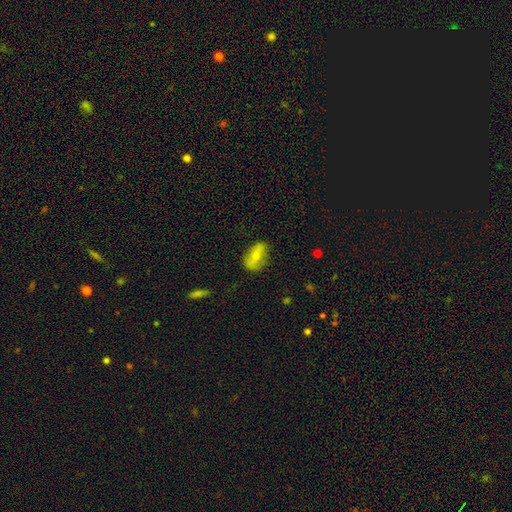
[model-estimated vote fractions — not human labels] smooth-or-featured: smooth: 63% | featured or disk: 29% | star or artifact: 8%
  how-rounded: in between: 83% | round: 11% | cigar-shaped: 6%
  merging: none: 70% | minor disturbance: 22% | major disturbance: 7% | merger: 2%